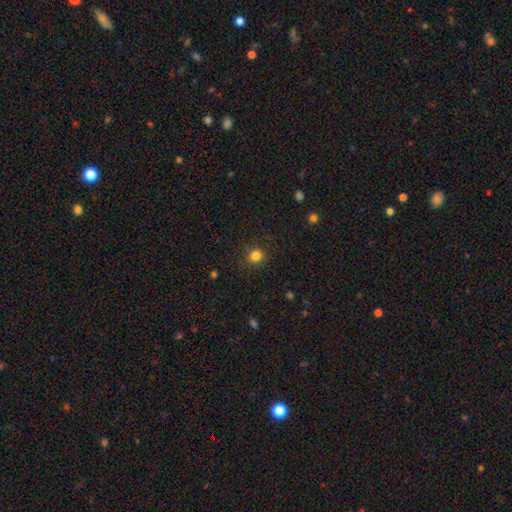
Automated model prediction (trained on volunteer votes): Smooth or featured? Predicted: smooth (p=0.82). How rounded? Predicted: round (p=0.89). Merging? Predicted: none (p=0.88).